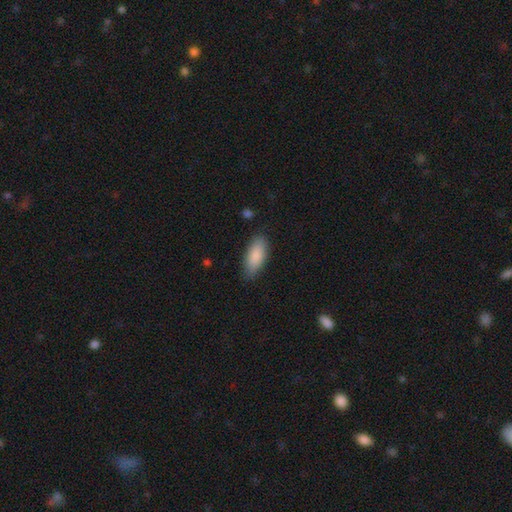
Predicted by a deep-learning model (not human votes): smooth-or-featured: smooth: 88% | featured or disk: 6% | star or artifact: 6%
  how-rounded: in between: 82% | cigar-shaped: 16% | round: 2%
  merging: none: 83% | minor disturbance: 12% | major disturbance: 3% | merger: 1%